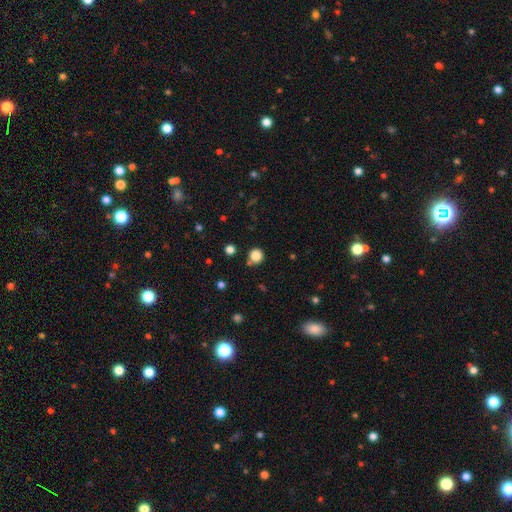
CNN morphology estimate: This appears to be a smooth galaxy with no disk features (84%) that is round (93%). Merging: none (82%).